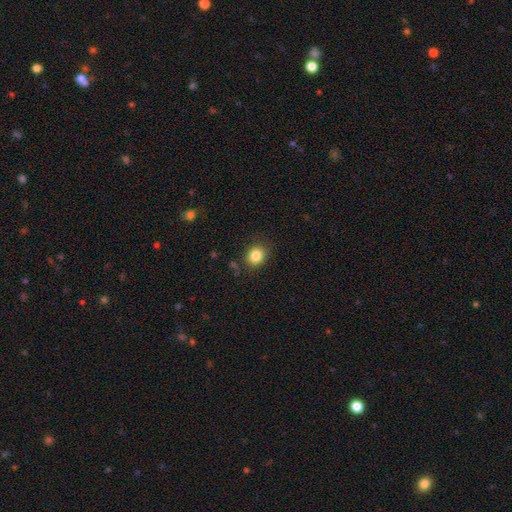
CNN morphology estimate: Smooth or featured? Predicted: smooth (p=0.84). How rounded? Predicted: round (p=0.72). Merging? Predicted: none (p=0.84).